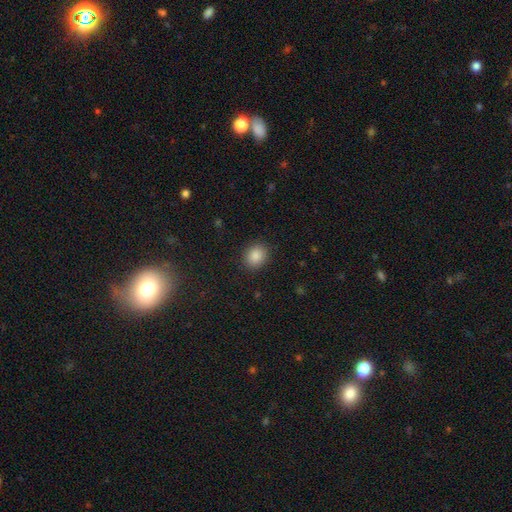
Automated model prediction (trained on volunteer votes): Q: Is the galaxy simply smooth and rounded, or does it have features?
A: smooth — 87%.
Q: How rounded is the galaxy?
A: round — 61%.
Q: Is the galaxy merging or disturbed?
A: none — 88%.